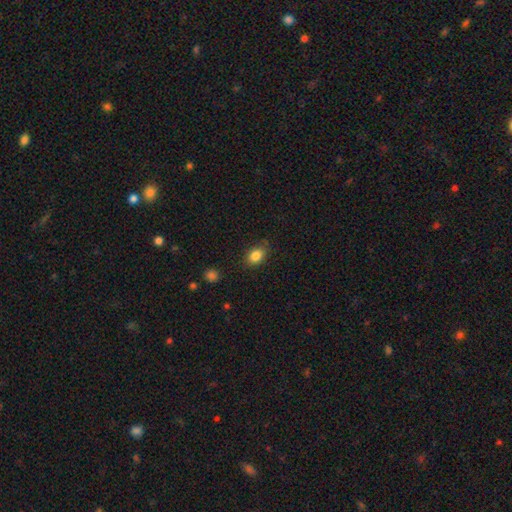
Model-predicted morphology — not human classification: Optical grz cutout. It shows a smooth galaxy with no disk features (85%) that is in between round and cigar-shaped (73%). Merging: none (80%).